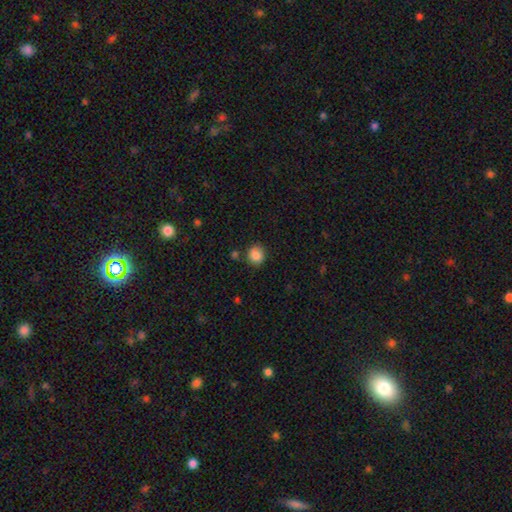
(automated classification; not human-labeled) smooth_or_featured: smooth (p=0.87) [alt: star or artifact p=0.10]
how_rounded: round (p=0.84) [alt: in between p=0.15]
merging: none (p=0.83) [alt: minor disturbance p=0.10]